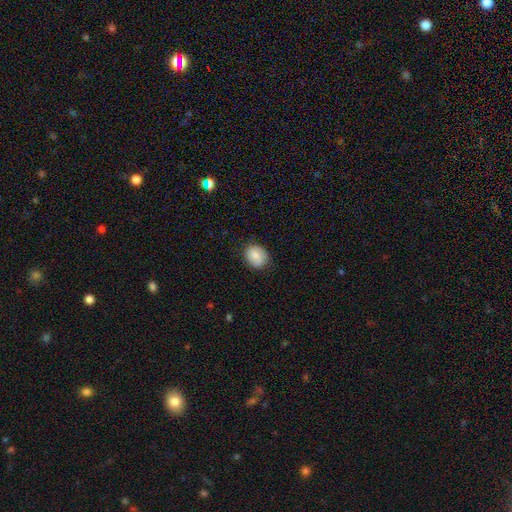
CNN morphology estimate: Smooth or featured? smooth (84%)
How rounded? round (59%)
Merging? none (82%)